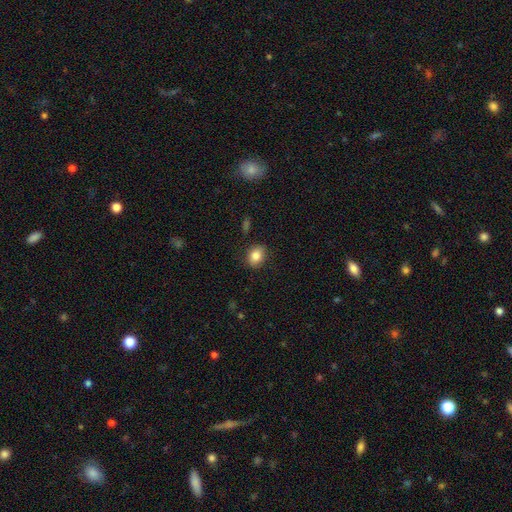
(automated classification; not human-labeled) This appears to be a smooth galaxy with no disk features (84%) that is in between round and cigar-shaped (58%). Merging: none (85%).